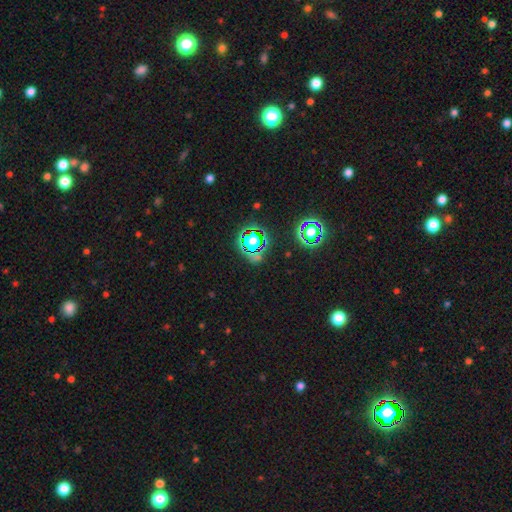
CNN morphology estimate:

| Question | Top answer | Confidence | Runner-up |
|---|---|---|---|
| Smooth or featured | star or artifact | 74% | smooth (17%) |